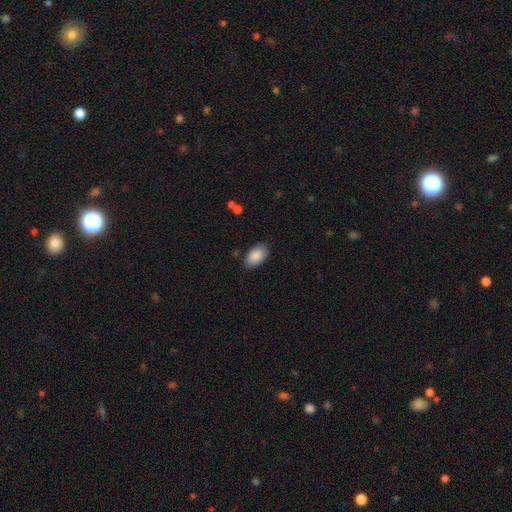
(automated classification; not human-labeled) This appears to be a smooth galaxy with no disk features (90%) that is in between round and cigar-shaped (94%). Merging: none (84%).